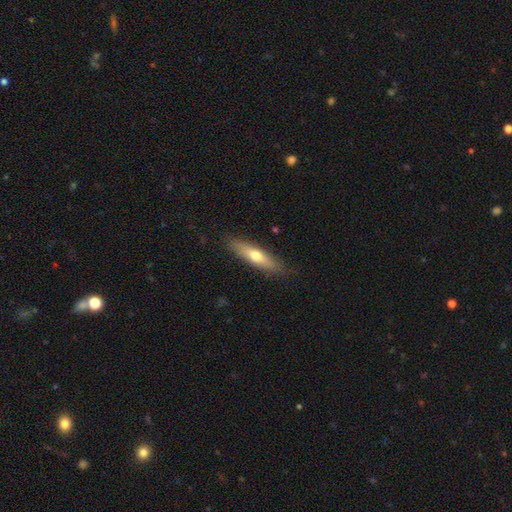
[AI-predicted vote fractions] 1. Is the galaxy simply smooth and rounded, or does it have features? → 59% smooth, 35% featured or disk, 6% star or artifact.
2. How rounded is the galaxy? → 72% cigar-shaped, 26% in between, 2% round.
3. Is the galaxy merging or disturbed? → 85% none, 11% minor disturbance, 2% major disturbance, 1% merger.